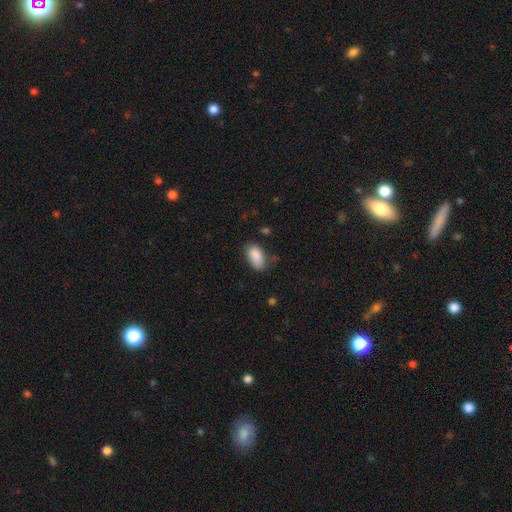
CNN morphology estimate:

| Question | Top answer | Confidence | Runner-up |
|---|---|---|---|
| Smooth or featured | smooth | 88% | star or artifact (7%) |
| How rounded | in between | 94% | round (4%) |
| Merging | none | 70% | minor disturbance (23%) |